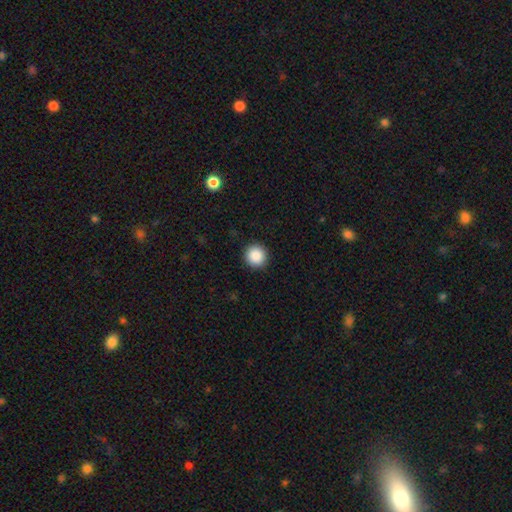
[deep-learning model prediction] Q: Smooth or featured?
A: smooth (88%); runner-up: star or artifact (9%)
Q: How rounded?
A: round (95%); runner-up: in between (4%)
Q: Merging?
A: none (93%); runner-up: minor disturbance (5%)